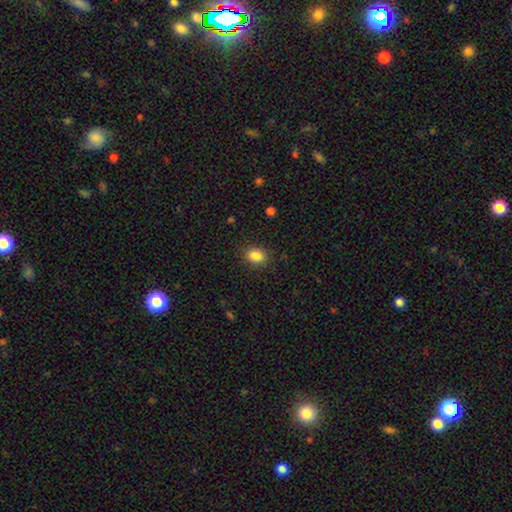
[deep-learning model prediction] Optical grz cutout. It shows a smooth galaxy with no disk features (86%) that is in between round and cigar-shaped (67%). Merging: none (86%).